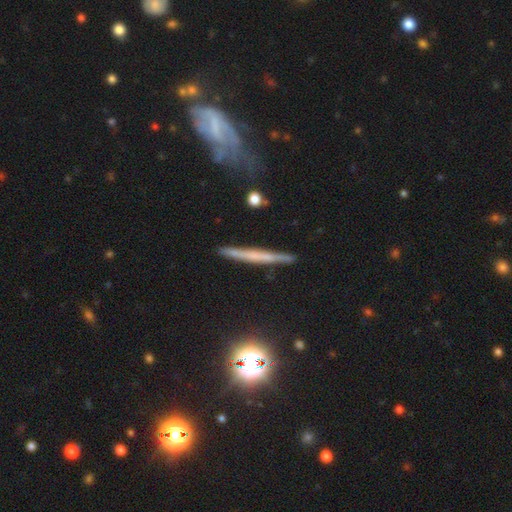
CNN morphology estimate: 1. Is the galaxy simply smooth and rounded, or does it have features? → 56% featured or disk, 34% smooth, 10% star or artifact.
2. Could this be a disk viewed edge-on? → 93% yes, 7% no.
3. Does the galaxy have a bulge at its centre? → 73% none, 19% rounded, 8% boxy.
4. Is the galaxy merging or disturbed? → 83% none, 12% minor disturbance, 3% major disturbance, 2% merger.